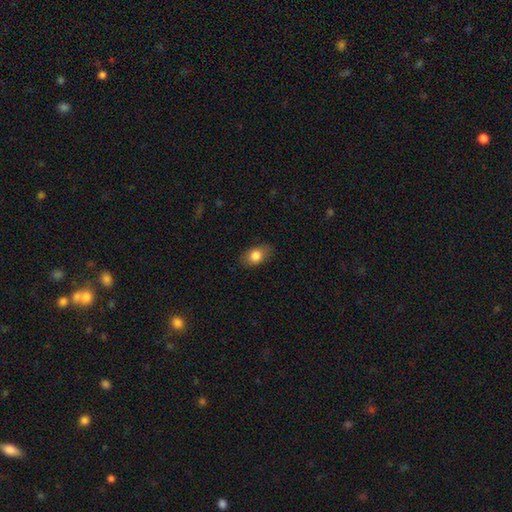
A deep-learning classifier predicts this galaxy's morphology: Smooth or featured?
  - smooth: 81% *
  - featured or disk: 11%
  - star or artifact: 8%
How rounded?
  - in between: 83% *
  - round: 15%
  - cigar-shaped: 2%
Merging?
  - none: 83% *
  - minor disturbance: 13%
  - major disturbance: 3%
  - merger: 1%